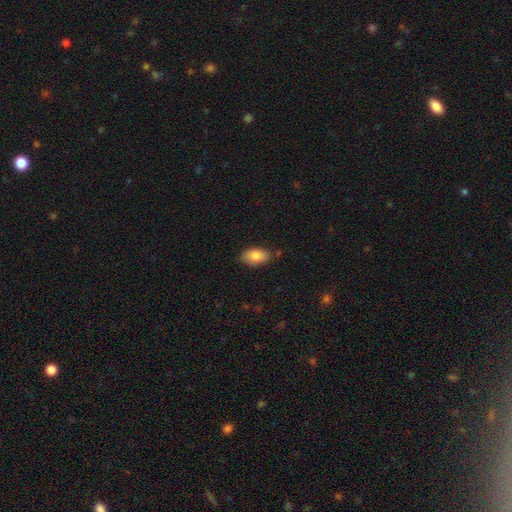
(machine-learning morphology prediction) A smooth galaxy with no disk features (84%) that is in between round and cigar-shaped (93%). Merging: none (77%).